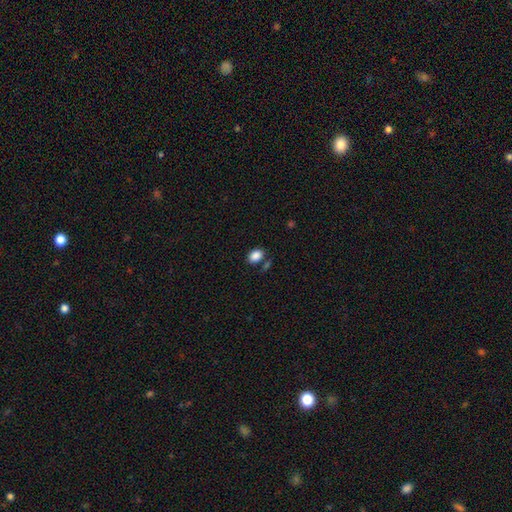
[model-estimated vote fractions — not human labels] Overall: smooth (87%). How rounded: in between (76%). Merging: none (74%).